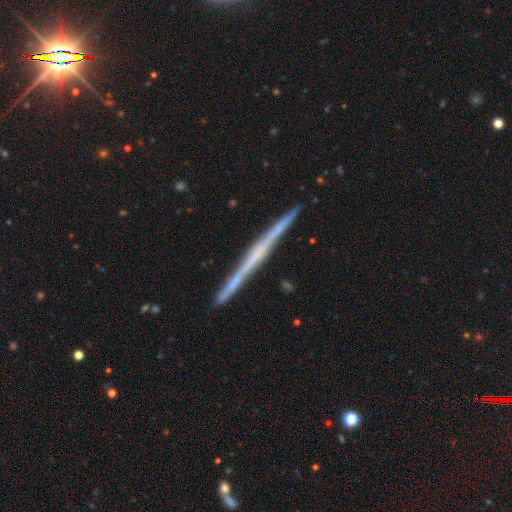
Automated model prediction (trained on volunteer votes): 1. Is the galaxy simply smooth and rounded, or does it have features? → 69% featured or disk, 24% smooth, 6% star or artifact.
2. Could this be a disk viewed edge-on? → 98% yes, 2% no.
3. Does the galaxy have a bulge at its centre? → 78% none, 16% rounded, 6% boxy.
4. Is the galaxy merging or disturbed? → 90% none, 7% minor disturbance, 1% merger, 1% major disturbance.